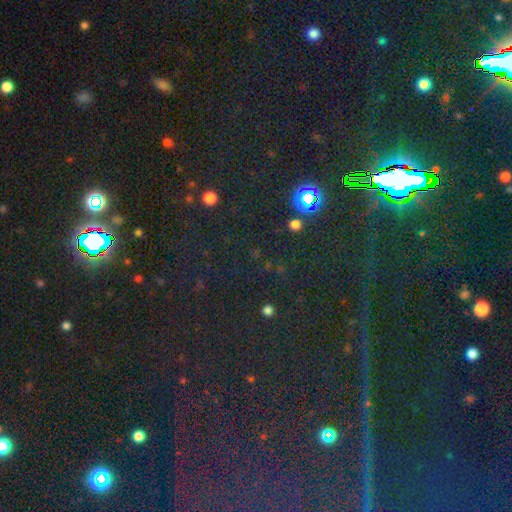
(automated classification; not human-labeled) Smooth or featured?
  - star or artifact: 81% *
  - smooth: 12%
  - featured or disk: 7%